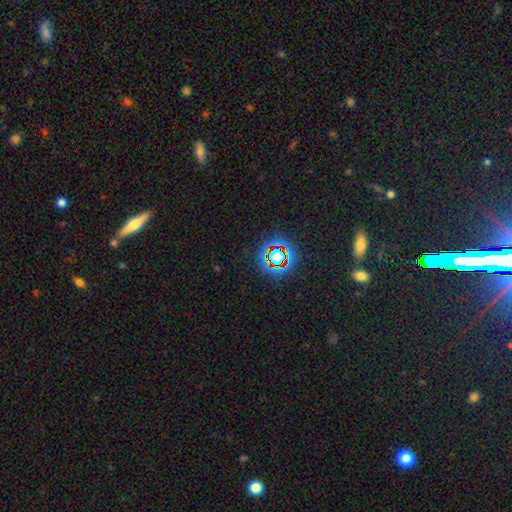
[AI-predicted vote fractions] This is likely a star or artifact rather than a galaxy (65%).